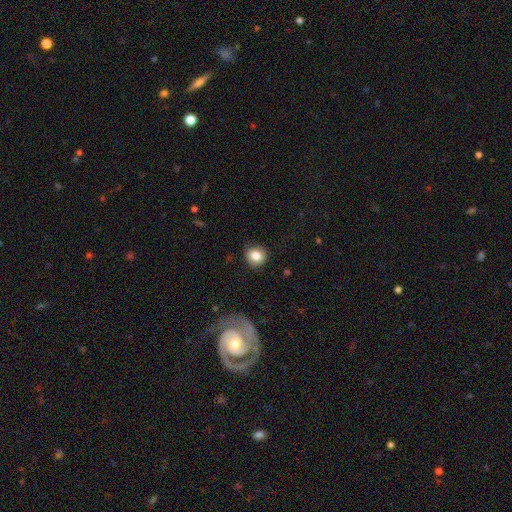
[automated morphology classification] Smooth or featured? Predicted: smooth (p=0.82). How rounded? Predicted: round (p=0.88). Merging? Predicted: none (p=0.82).